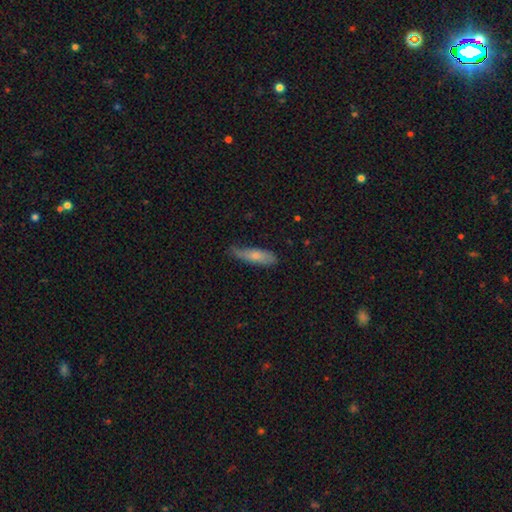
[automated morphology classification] smooth_or_featured: smooth (p=0.71) [alt: featured or disk p=0.23]
how_rounded: cigar-shaped (p=0.55) [alt: in between p=0.43]
merging: none (p=0.57) [alt: minor disturbance p=0.34]